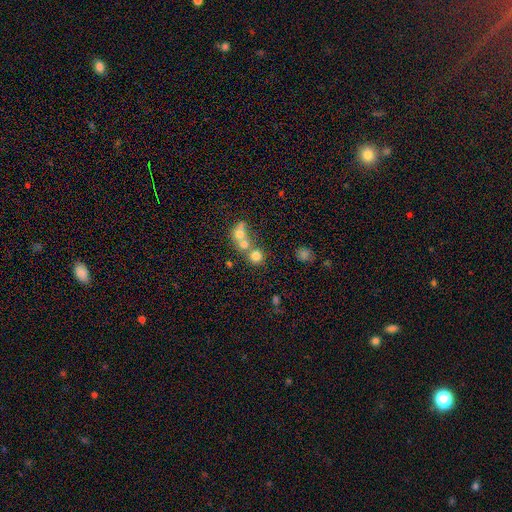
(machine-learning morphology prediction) A smooth galaxy with no disk features (73%) that is round (86%).

Vote fractions:
- Smooth or featured? smooth: 73% / star or artifact: 15% / featured or disk: 13%
- How rounded? round: 86% / in between: 13% / cigar-shaped: 1%
- Merging? merger: 47% / none: 43% / minor disturbance: 6% / major disturbance: 4%